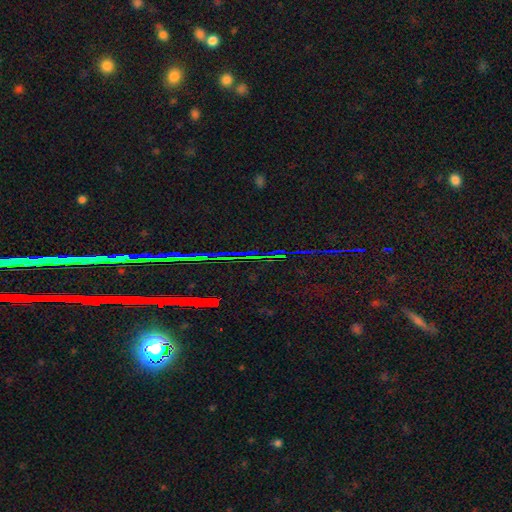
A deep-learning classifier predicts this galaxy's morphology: smooth-or-featured: star or artifact: 83% | featured or disk: 9% | smooth: 8%